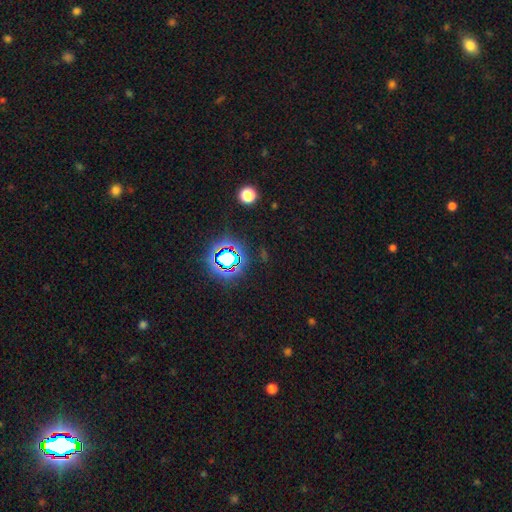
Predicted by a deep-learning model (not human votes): smooth-or-featured: star or artifact: 79% | smooth: 13% | featured or disk: 8%